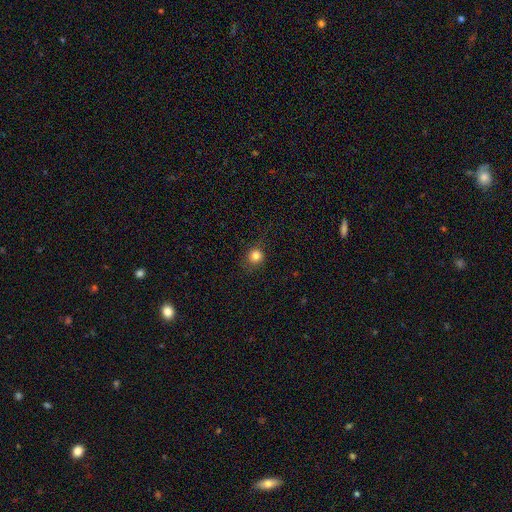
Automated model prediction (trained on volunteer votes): smooth 81%, star or artifact 13%, featured or disk 6%. Down the decision tree: how rounded — round (89%); merging — none (83%).